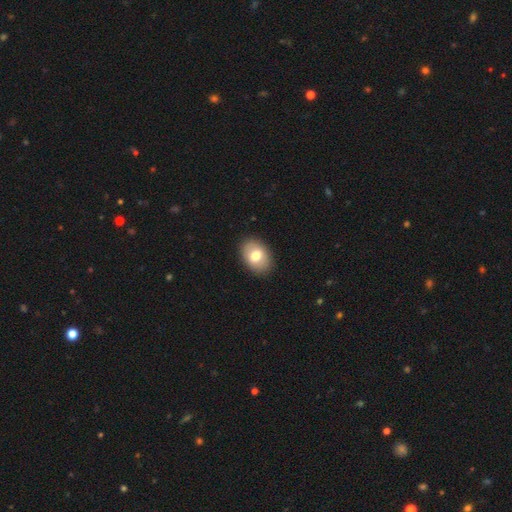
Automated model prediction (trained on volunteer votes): Overall: smooth (75%). How rounded: in between (81%). Merging: none (88%).